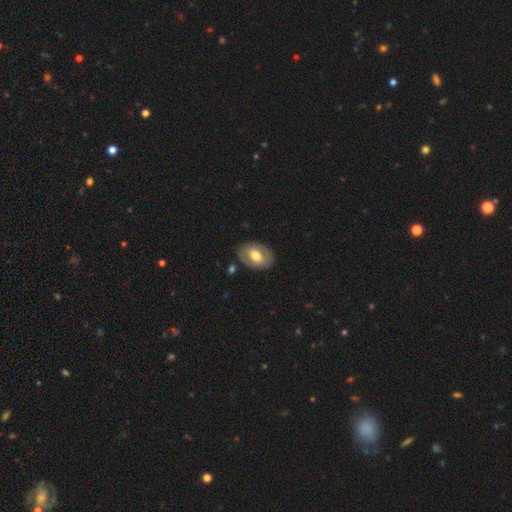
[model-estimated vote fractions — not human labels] smooth-or-featured: smooth: 53% | featured or disk: 42% | star or artifact: 6%
  how-rounded: in between: 83% | round: 16% | cigar-shaped: 1%
  merging: none: 81% | minor disturbance: 12% | major disturbance: 4% | merger: 3%